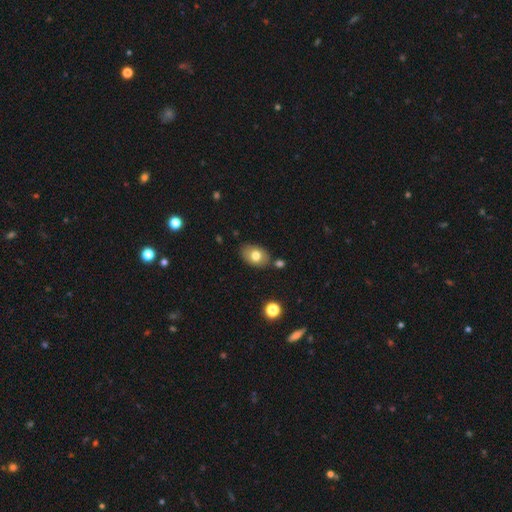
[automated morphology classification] Q: Smooth or featured?
A: smooth (74%); runner-up: featured or disk (17%)
Q: How rounded?
A: in between (80%); runner-up: round (18%)
Q: Merging?
A: none (78%); runner-up: minor disturbance (14%)